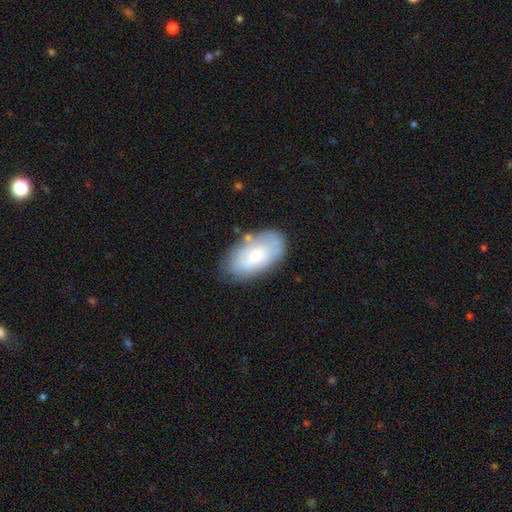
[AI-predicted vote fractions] Q: Smooth or featured?
A: smooth (58%); runner-up: featured or disk (35%)
Q: How rounded?
A: in between (94%); runner-up: round (4%)
Q: Merging?
A: none (69%); runner-up: minor disturbance (21%)